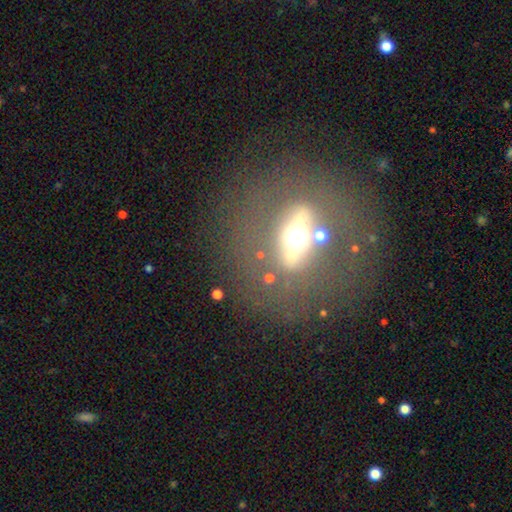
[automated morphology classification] The model was most divided on "edge-on disk": no: 58%, yes: 42%. More confident: merging — none (73%); smooth or featured — featured or disk (59%).